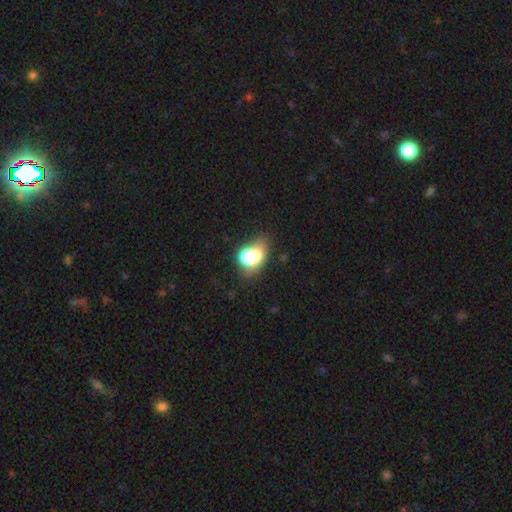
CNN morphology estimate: smooth 60%, star or artifact 22%, featured or disk 18%. Down the decision tree: how rounded — in between (59%); merging — none (46%).